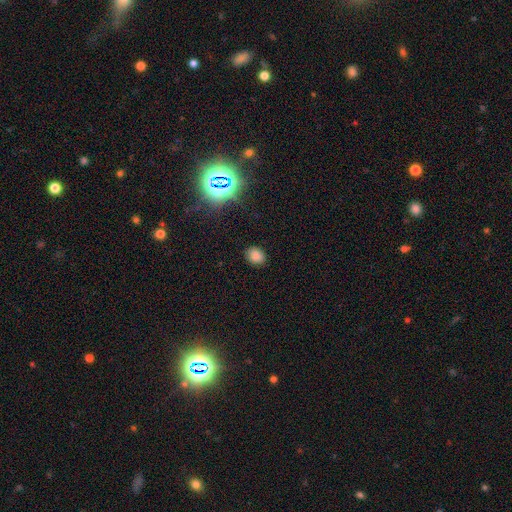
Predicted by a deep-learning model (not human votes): A smooth galaxy with no disk features (80%) that is in between round and cigar-shaped (56%).

Vote fractions:
- Smooth or featured? smooth: 80% / star or artifact: 16% / featured or disk: 4%
- How rounded? in between: 56% / round: 43% / cigar-shaped: 1%
- Merging? none: 85% / minor disturbance: 11% / major disturbance: 3% / merger: 1%